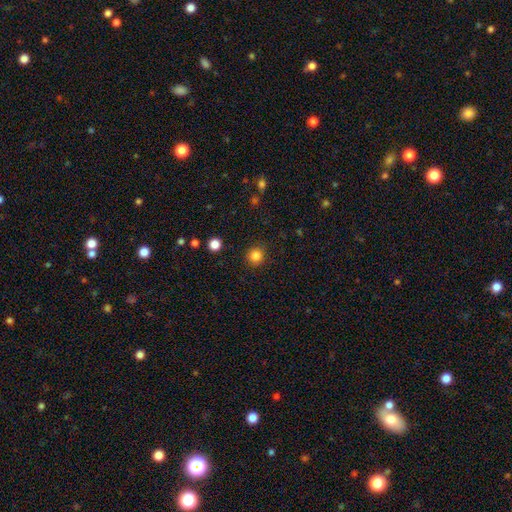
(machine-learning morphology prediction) This appears to be a smooth galaxy with no disk features (84%) that is round (94%). Merging: none (90%).